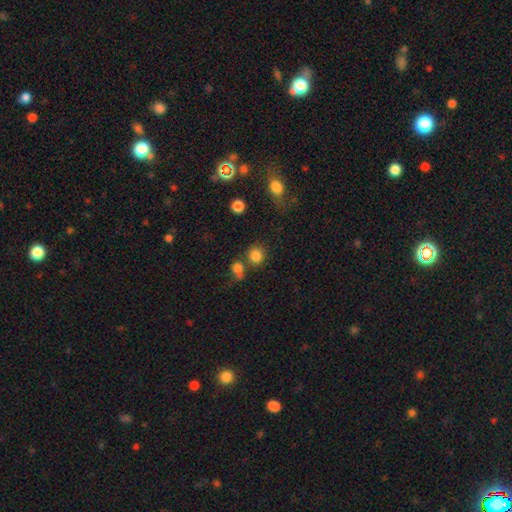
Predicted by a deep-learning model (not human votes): smooth-or-featured: smooth: 82% | star or artifact: 13% | featured or disk: 6%
  how-rounded: round: 85% | in between: 14% | cigar-shaped: 1%
  merging: none: 69% | merger: 16% | minor disturbance: 10% | major disturbance: 5%